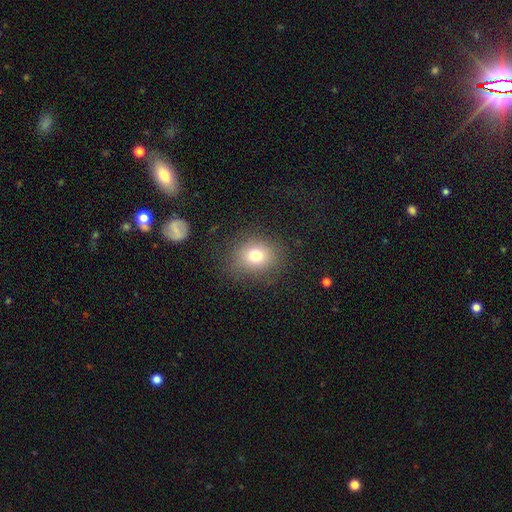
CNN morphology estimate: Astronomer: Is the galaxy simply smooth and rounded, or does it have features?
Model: smooth — 76%.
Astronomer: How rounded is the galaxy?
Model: round — 64%.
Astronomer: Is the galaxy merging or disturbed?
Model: none — 83%.